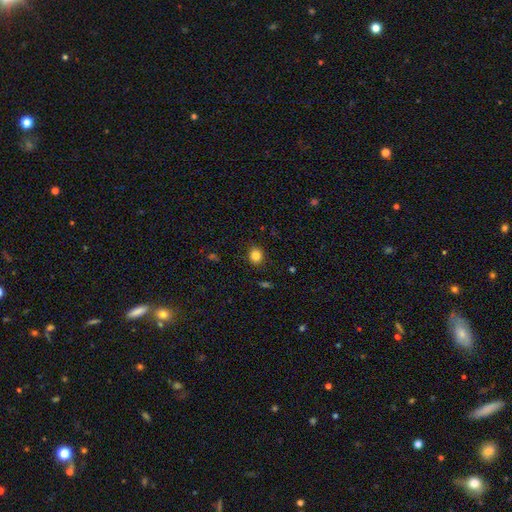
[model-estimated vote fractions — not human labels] Overall: smooth (84%). How rounded: round (78%). Merging: none (89%).